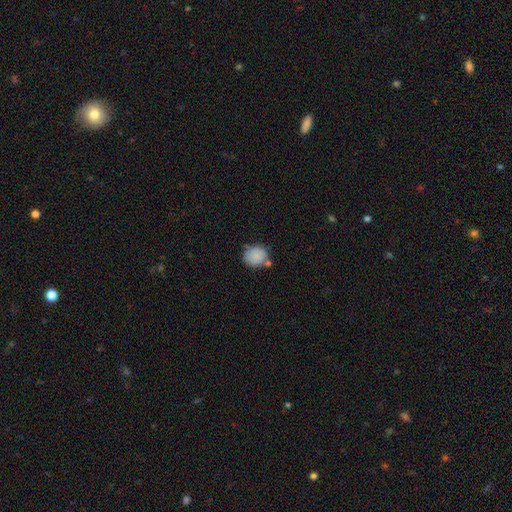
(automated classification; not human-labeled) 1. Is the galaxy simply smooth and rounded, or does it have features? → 84% smooth, 8% featured or disk, 8% star or artifact.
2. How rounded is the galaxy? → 66% round, 33% in between, 1% cigar-shaped.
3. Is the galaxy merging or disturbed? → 62% none, 18% minor disturbance, 15% merger, 5% major disturbance.